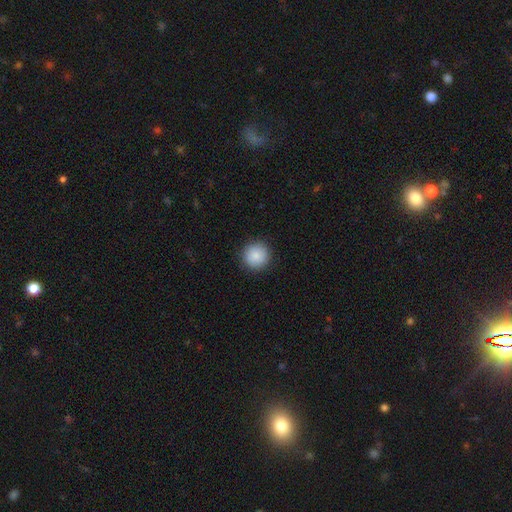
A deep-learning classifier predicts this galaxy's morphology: smooth-or-featured: smooth: 87% | star or artifact: 8% | featured or disk: 5%
  how-rounded: round: 95% | in between: 4% | cigar-shaped: 1%
  merging: none: 91% | minor disturbance: 6% | major disturbance: 2% | merger: 1%